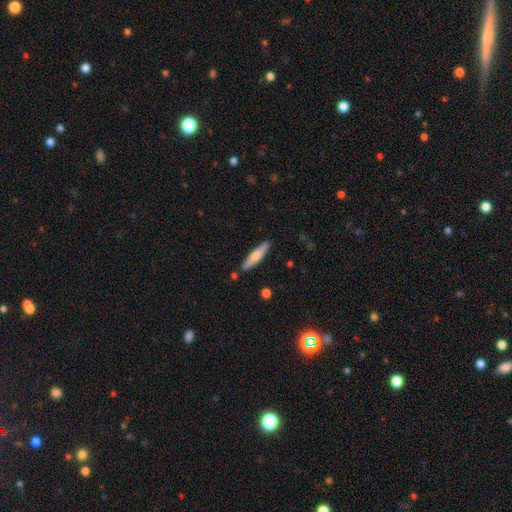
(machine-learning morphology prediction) smooth-or-featured: smooth: 63% | featured or disk: 31% | star or artifact: 5%
  how-rounded: cigar-shaped: 82% | in between: 17% | round: 2%
  merging: none: 87% | minor disturbance: 9% | merger: 3% | major disturbance: 2%